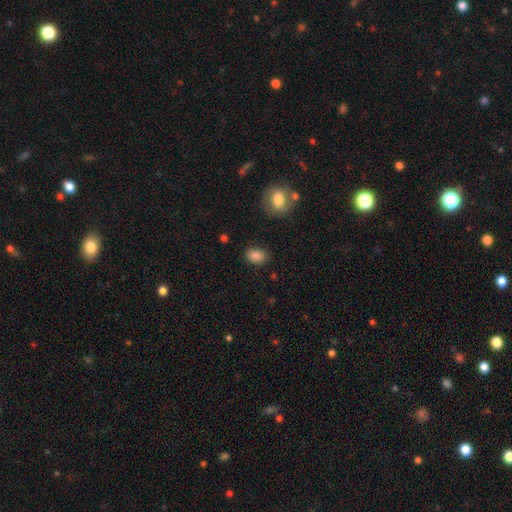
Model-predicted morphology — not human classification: Smooth or featured? smooth (85%)
How rounded? in between (77%)
Merging? none (85%)